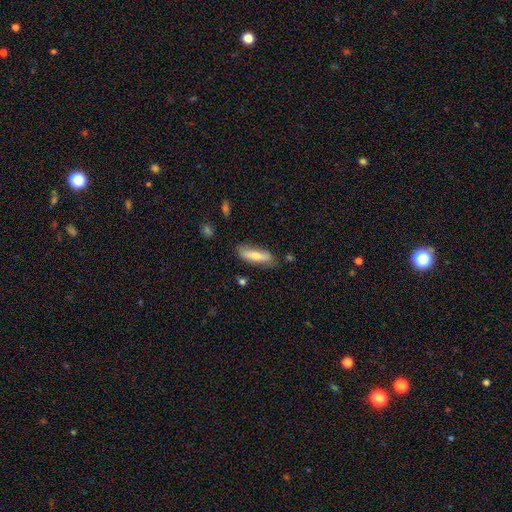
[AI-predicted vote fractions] Smooth or featured: smooth — 60% (featured or disk — 34%)
How rounded: cigar-shaped — 61% (in between — 37%)
Merging: none — 74% (minor disturbance — 19%)